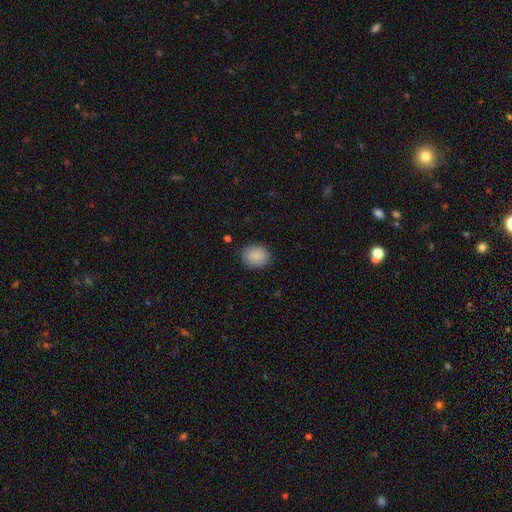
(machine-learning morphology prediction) type=smooth (89%); roundness=round (55%); merging=none (85%).